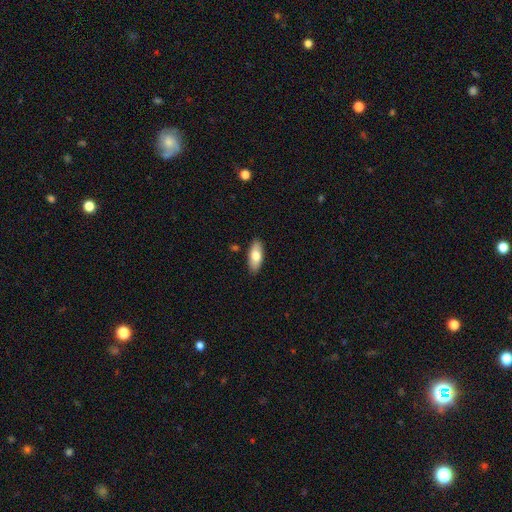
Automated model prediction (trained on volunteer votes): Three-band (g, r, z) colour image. It shows a smooth galaxy with no disk features (77%) that is in between round and cigar-shaped (83%). Merging: none (88%).